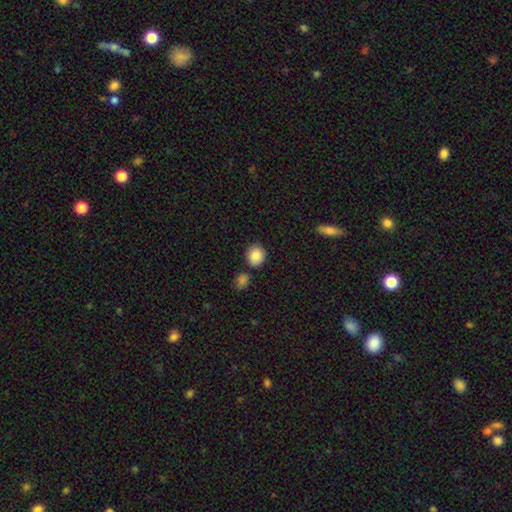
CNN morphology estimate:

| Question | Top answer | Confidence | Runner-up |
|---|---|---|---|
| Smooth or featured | smooth | 88% | star or artifact (8%) |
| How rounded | round | 78% | in between (21%) |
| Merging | none | 79% | minor disturbance (11%) |